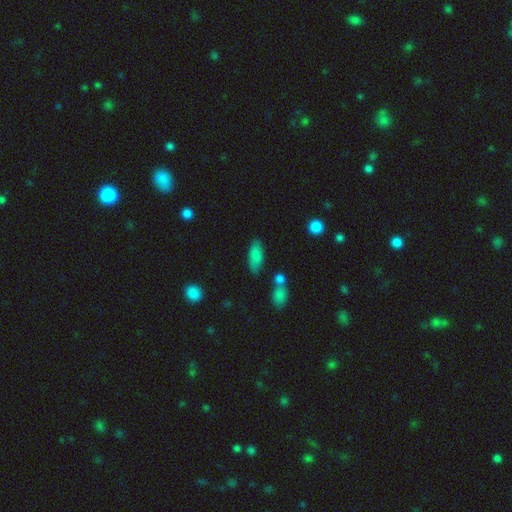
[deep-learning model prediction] This appears to be a smooth galaxy with no disk features (81%) that is in between round and cigar-shaped (78%). Merging: none (69%).